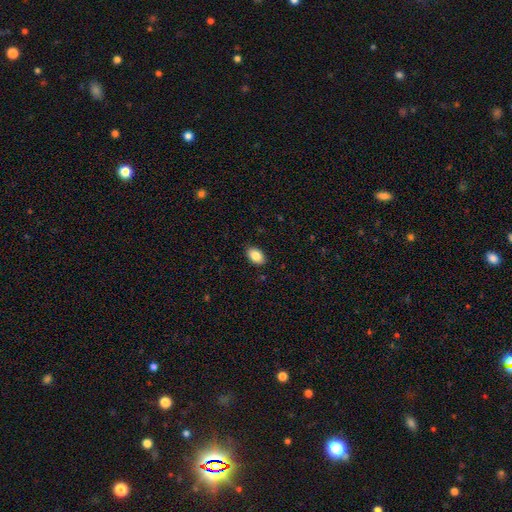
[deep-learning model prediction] Smooth or featured? Predicted: smooth (p=0.86). How rounded? Predicted: in between (p=0.90). Merging? Predicted: none (p=0.88).